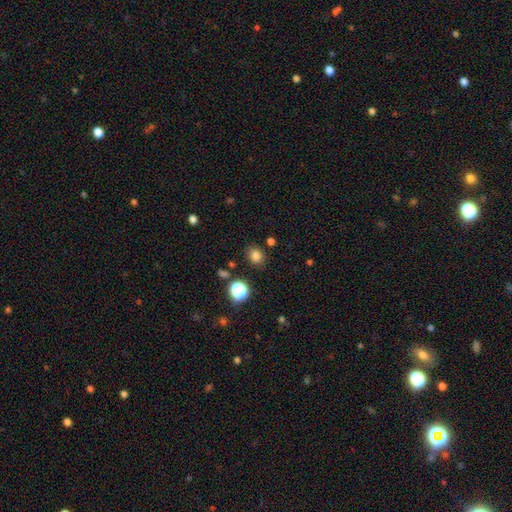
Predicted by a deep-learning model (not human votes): smooth 80%, star or artifact 15%, featured or disk 5%. Down the decision tree: how rounded — round (71%); merging — none (85%).